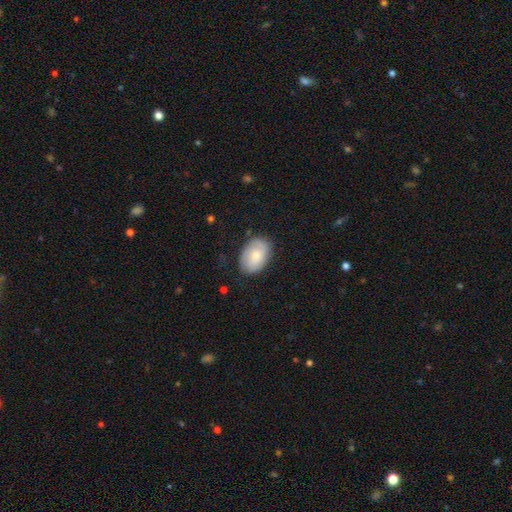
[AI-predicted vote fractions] Overall: smooth (59%; featured or disk 35%). How rounded: in between (83%). Merging: none (77%).